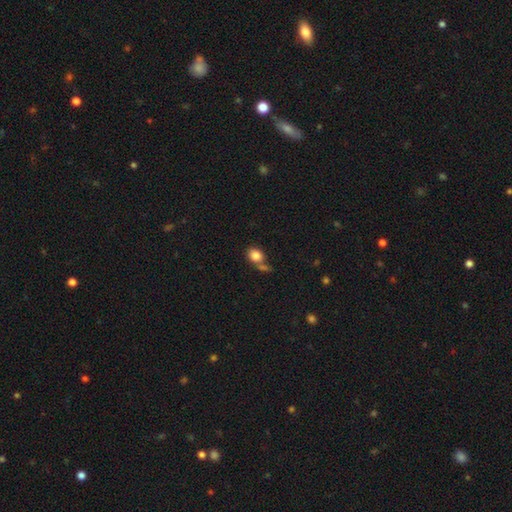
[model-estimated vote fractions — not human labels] smooth_or_featured: smooth (p=0.83) [alt: star or artifact p=0.09]
how_rounded: in between (p=0.52) [alt: round p=0.47]
merging: none (p=0.46) [alt: merger p=0.31]